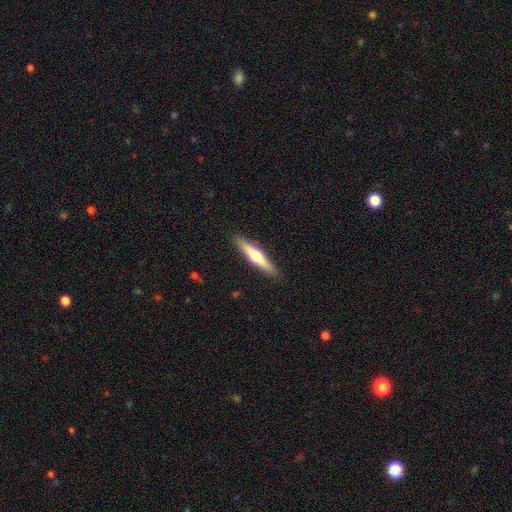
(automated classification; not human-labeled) A featured or disk galaxy (49%).

Vote fractions:
- Smooth or featured? featured or disk: 49% / smooth: 46% / star or artifact: 5%
- Merging? none: 90% / minor disturbance: 7% / major disturbance: 2% / merger: 1%